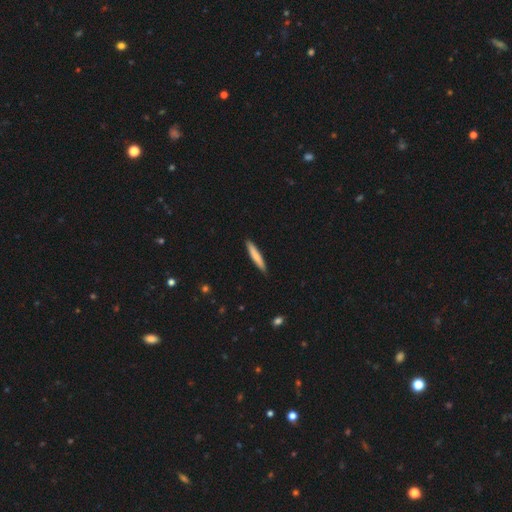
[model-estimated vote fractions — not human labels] This is likely a smooth galaxy (78%). How rounded: clearly cigar-shaped (93%). Merging: clearly none (89%).